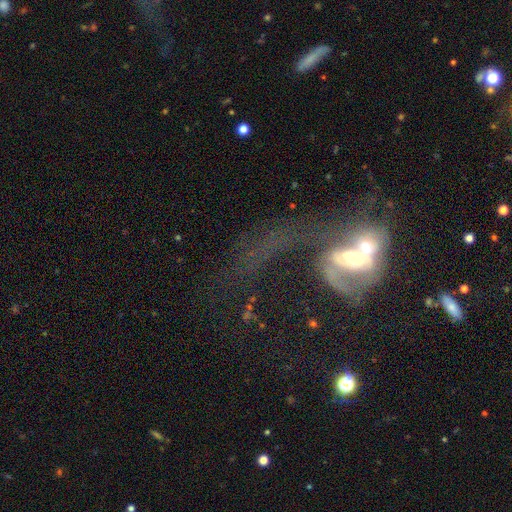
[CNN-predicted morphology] This appears to be a featured or disk galaxy (64%) with no bar (53%), spiral arms (65%) and a moderate central bulge (52%). Merging: merger (59%).